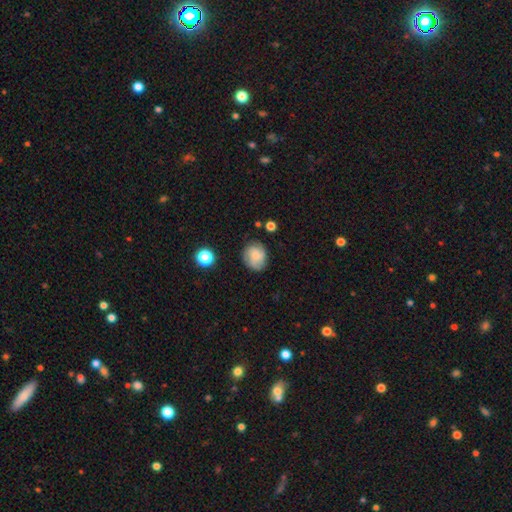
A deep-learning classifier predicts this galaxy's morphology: smooth 67%, featured or disk 24%, star or artifact 9%. Down the decision tree: how rounded — round (70%); merging — none (76%).